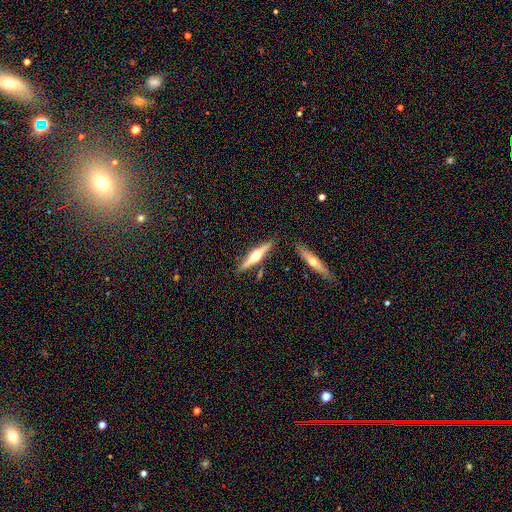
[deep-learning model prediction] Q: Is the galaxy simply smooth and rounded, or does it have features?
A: featured or disk — 71%.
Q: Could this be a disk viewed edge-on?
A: yes — 97%.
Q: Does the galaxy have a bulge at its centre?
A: rounded — 95%.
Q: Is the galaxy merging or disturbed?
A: none — 84%.